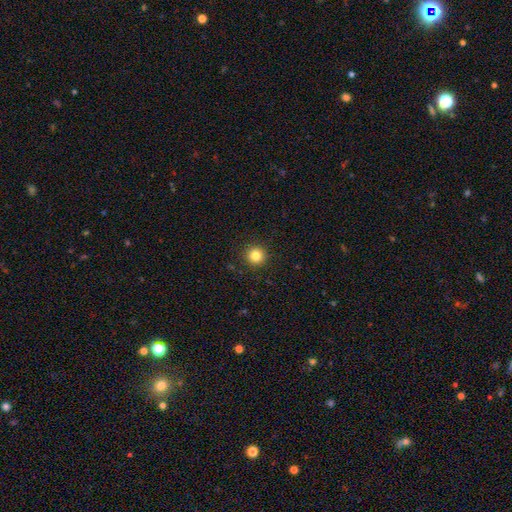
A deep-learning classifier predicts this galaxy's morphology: Smooth or featured? Predicted: smooth (p=0.83). How rounded? Predicted: round (p=0.95). Merging? Predicted: none (p=0.92).